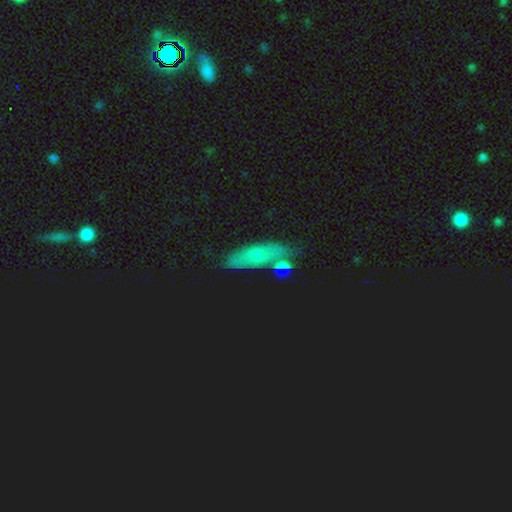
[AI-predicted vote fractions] A smooth galaxy with no disk features (52%) that is in between round and cigar-shaped (62%).

Vote fractions:
- Smooth or featured? smooth: 52% / star or artifact: 27% / featured or disk: 21%
- How rounded? in between: 62% / cigar-shaped: 30% / round: 8%
- Merging? none: 69% / minor disturbance: 19% / merger: 6% / major disturbance: 6%